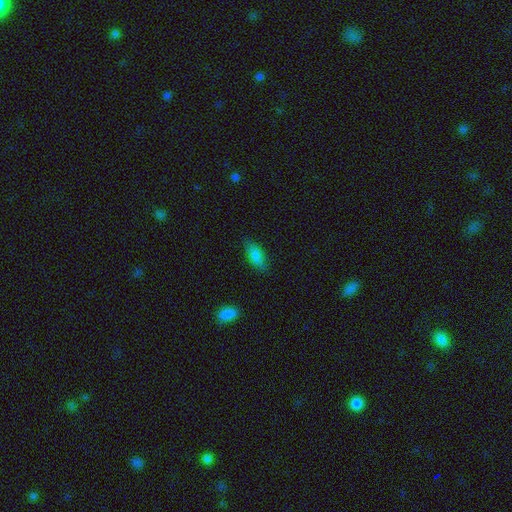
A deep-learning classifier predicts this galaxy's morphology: Q: Smooth or featured?
A: smooth (82%); runner-up: featured or disk (10%)
Q: How rounded?
A: in between (83%); runner-up: cigar-shaped (14%)
Q: Merging?
A: none (76%); runner-up: minor disturbance (18%)